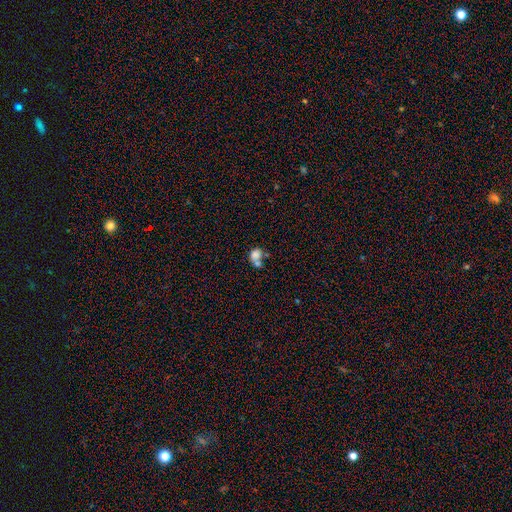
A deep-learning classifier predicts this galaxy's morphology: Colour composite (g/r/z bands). It shows a smooth galaxy with no disk features (76%) that is round (56%). Merging: merger (56%).